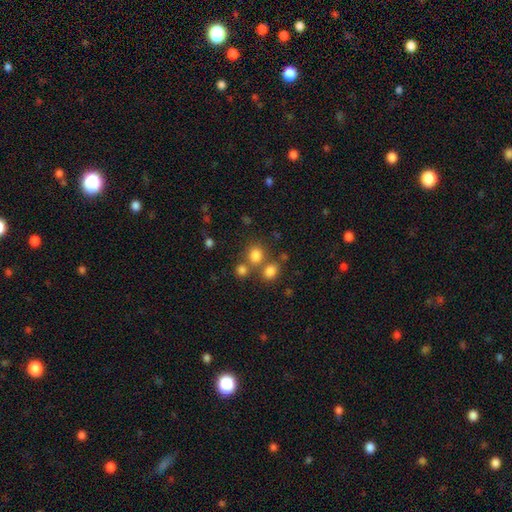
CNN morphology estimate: This is likely a smooth galaxy (78%). How rounded: likely round (69%). Merging: likely none (61%).